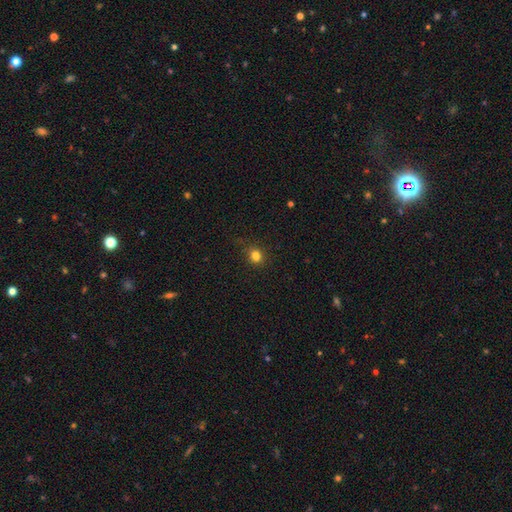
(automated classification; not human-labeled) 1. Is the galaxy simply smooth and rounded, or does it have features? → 80% smooth, 15% star or artifact, 5% featured or disk.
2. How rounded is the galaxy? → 76% round, 23% in between, 1% cigar-shaped.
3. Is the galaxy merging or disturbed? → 82% none, 12% minor disturbance, 4% major disturbance, 2% merger.